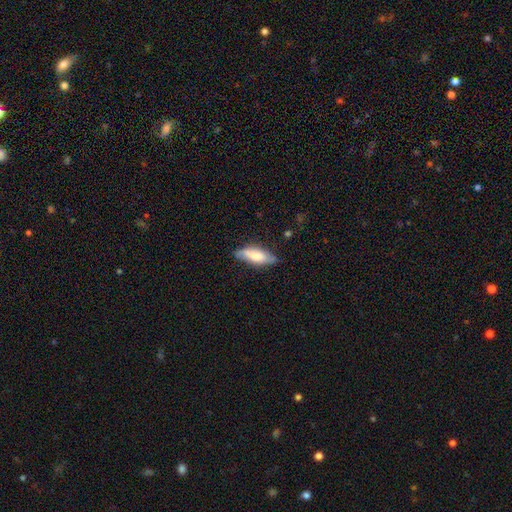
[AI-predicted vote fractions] Smooth or featured? smooth (67%)
How rounded? in between (62%)
Merging? none (72%)